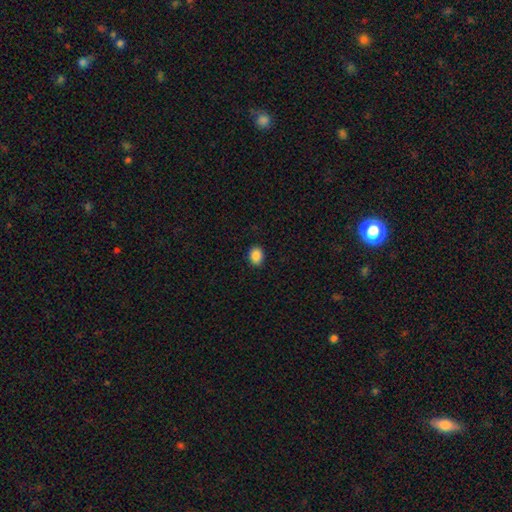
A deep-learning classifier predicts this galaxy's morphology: The model was most divided on "how rounded": in between: 58%, round: 41%, cigar-shaped: 1%. More confident: merging — none (90%); smooth or featured — smooth (88%).